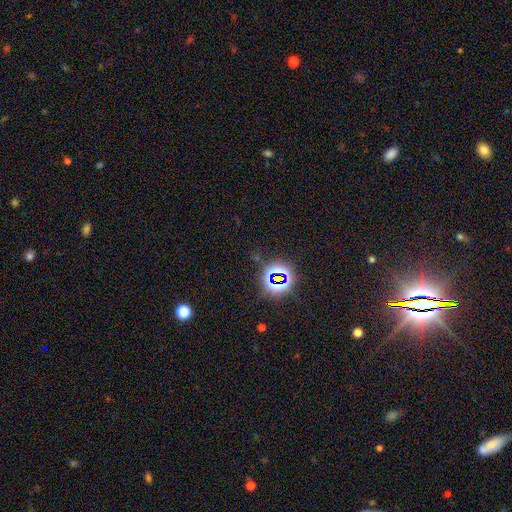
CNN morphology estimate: The model was most divided on "smooth or featured": star or artifact: 76%, smooth: 16%, featured or disk: 8%.